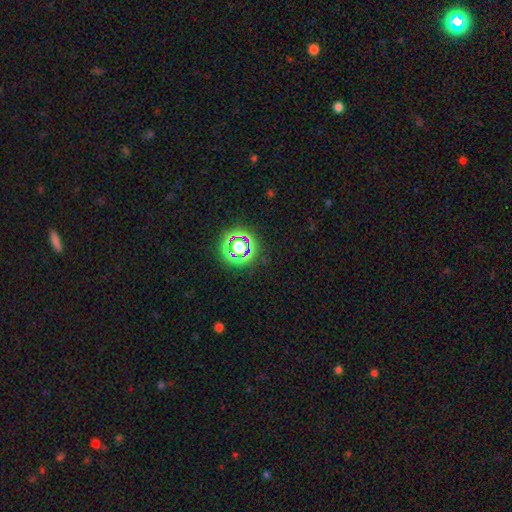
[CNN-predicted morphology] A star or artifact, not a galaxy (77%).

Vote fractions:
- Smooth or featured? star or artifact: 77% / smooth: 16% / featured or disk: 7%